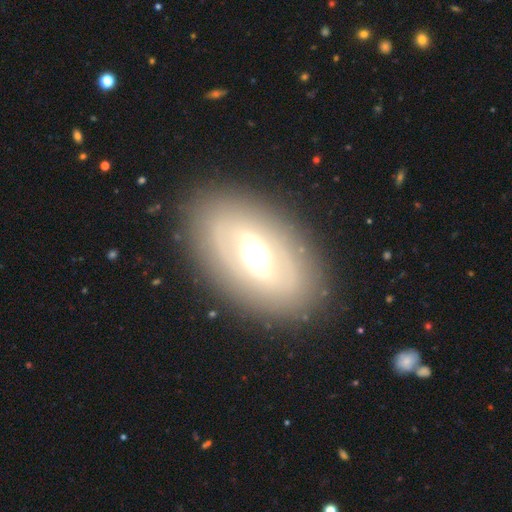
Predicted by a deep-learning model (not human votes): Smooth or featured? Predicted: featured or disk (p=0.69). Edge-on disk? Predicted: no (p=0.89). Bar? Predicted: strong (p=0.40). Spiral arms? Predicted: no (p=0.53). Bulge size? Predicted: moderate (p=0.55). Merging? Predicted: none (p=0.84).